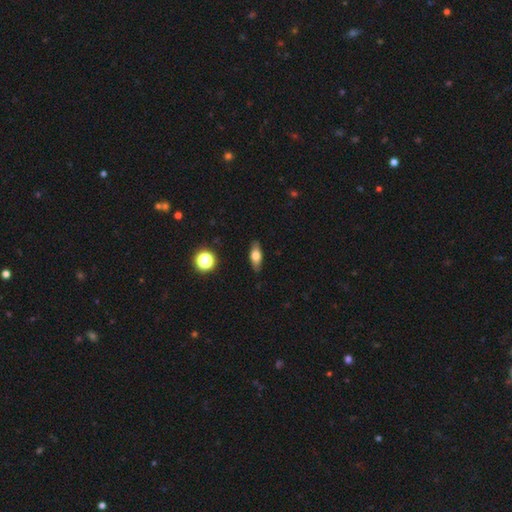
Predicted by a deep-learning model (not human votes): A smooth galaxy with no disk features (65%) that is in between round and cigar-shaped (70%).

Vote fractions:
- Smooth or featured? smooth: 65% / featured or disk: 26% / star or artifact: 8%
- How rounded? in between: 70% / cigar-shaped: 24% / round: 6%
- Merging? none: 87% / minor disturbance: 10% / major disturbance: 2% / merger: 1%